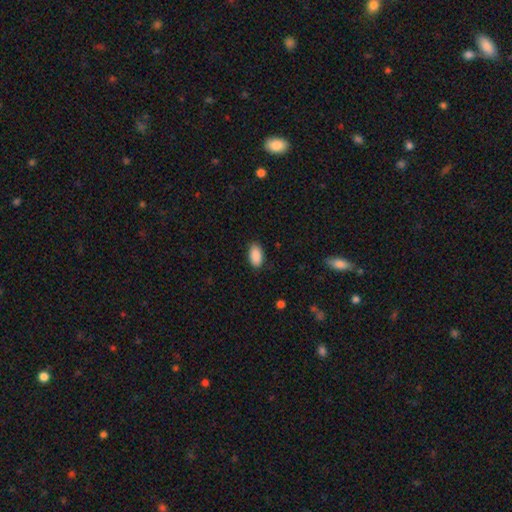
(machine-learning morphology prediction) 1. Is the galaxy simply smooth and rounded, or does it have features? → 91% smooth, 7% star or artifact, 3% featured or disk.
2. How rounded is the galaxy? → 94% in between, 4% round, 2% cigar-shaped.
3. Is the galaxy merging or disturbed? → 86% none, 10% minor disturbance, 2% major disturbance, 1% merger.